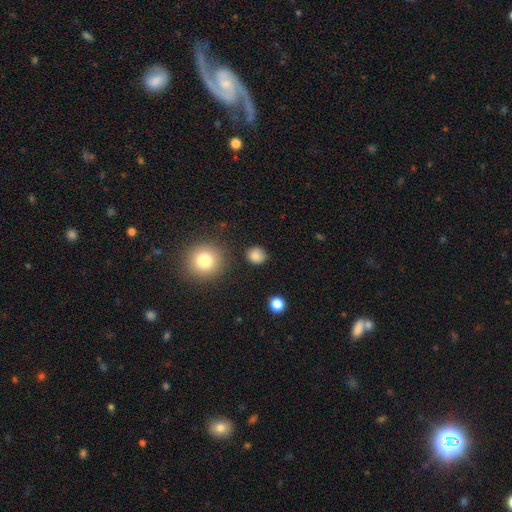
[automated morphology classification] Smooth or featured? Predicted: smooth (p=0.84). How rounded? Predicted: round (p=0.85). Merging? Predicted: none (p=0.84).